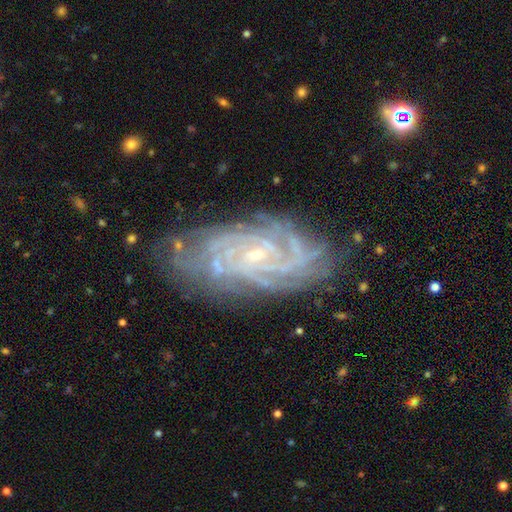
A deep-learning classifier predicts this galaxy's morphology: smooth-or-featured: featured or disk: 86% | star or artifact: 8% | smooth: 6%
  disk-edge-on: no: 95% | yes: 5%
    bar: no: 59% | weak: 31% | strong: 10%
    has-spiral-arms: yes: 97% | no: 3%
      spiral-winding: tight: 74% | medium: 22% | loose: 4%
      spiral-arm-count: can't tell: 28% | 4: 21% | 3: 15% | 2: 14% | more than 4: 13% | 1: 8%
    bulge-size: small: 84% | moderate: 11% | none: 3% | large: 1% | dominant: 1%
  merging: none: 76% | minor disturbance: 17% | major disturbance: 5% | merger: 2%